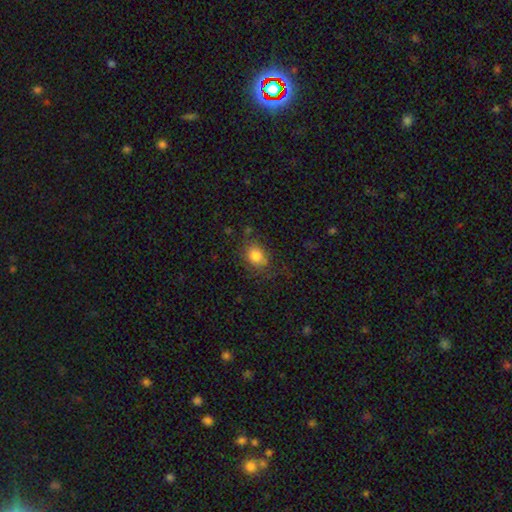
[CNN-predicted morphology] smooth-or-featured: smooth: 82% | star or artifact: 10% | featured or disk: 8%
  how-rounded: in between: 49% (tied) | round: 49% (tied) | cigar-shaped: 1%
  merging: none: 71% | minor disturbance: 19% | major disturbance: 8% | merger: 3%